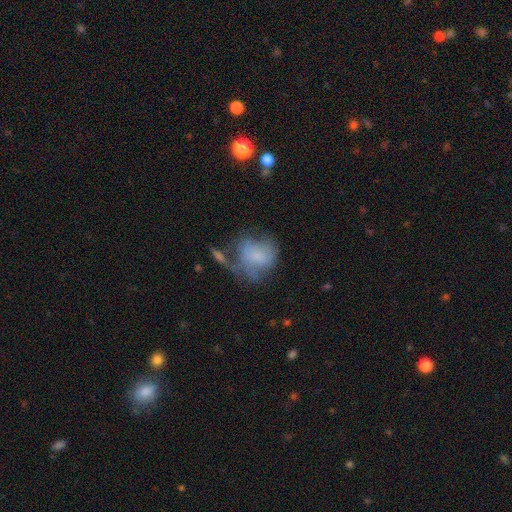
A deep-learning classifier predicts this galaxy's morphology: This appears to be a smooth galaxy with no disk features (62%) that is round (55%). Merging: none (32%).